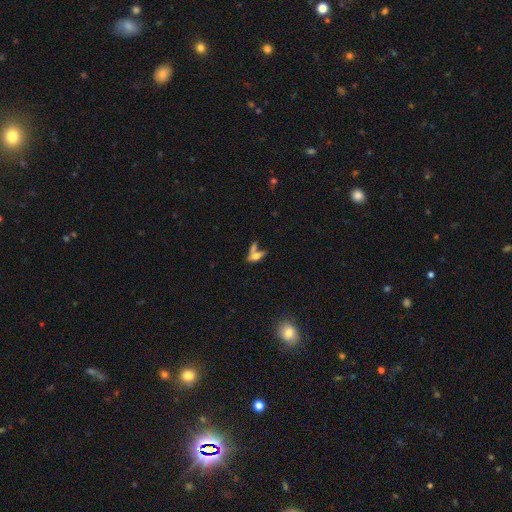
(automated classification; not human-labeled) Q: Smooth or featured?
A: smooth (53%); runner-up: featured or disk (35%)
Q: How rounded?
A: in between (60%); runner-up: cigar-shaped (33%)
Q: Merging?
A: merger (41%); runner-up: none (35%)